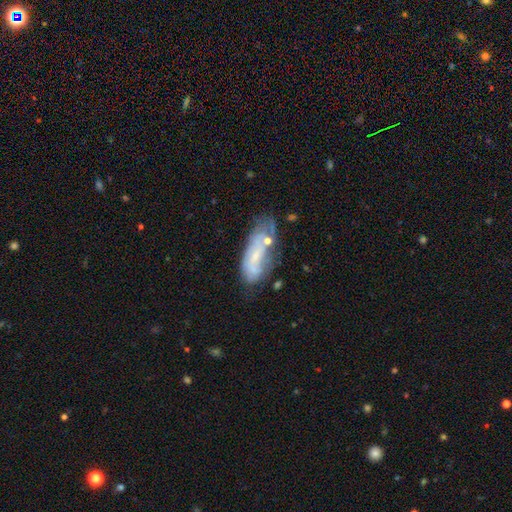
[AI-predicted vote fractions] Smooth or featured? Predicted: featured or disk (p=0.52). Edge-on disk? Predicted: no (p=0.86). Merging? Predicted: none (p=0.43).